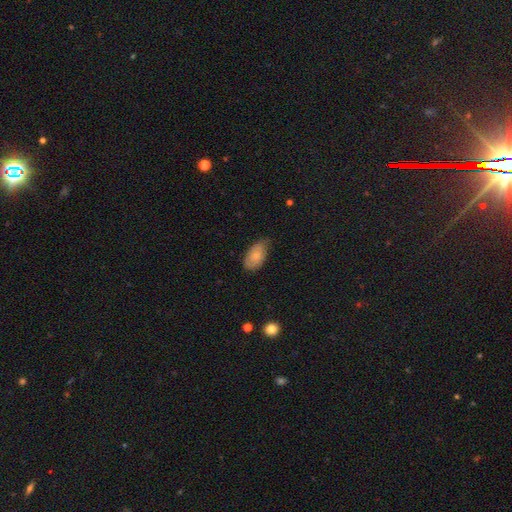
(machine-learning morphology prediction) smooth 76%, featured or disk 18%, star or artifact 6%. Down the decision tree: how rounded — in between (93%); merging — none (58%).